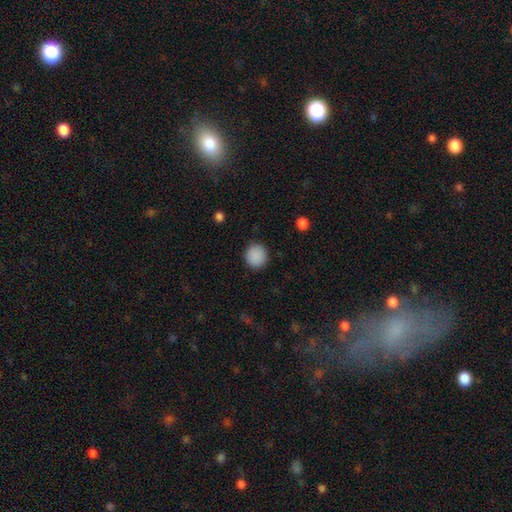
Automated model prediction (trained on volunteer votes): The model was most divided on "smooth or featured": smooth: 89%, star or artifact: 8%, featured or disk: 2%. More confident: how rounded — round (92%); merging — none (91%).